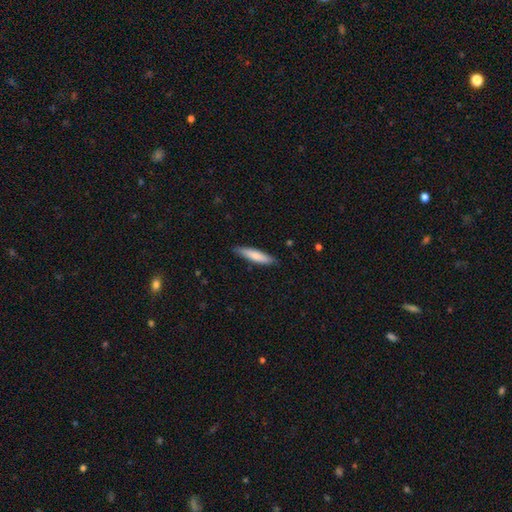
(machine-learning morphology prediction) Smooth or featured? smooth (78%)
How rounded? cigar-shaped (81%)
Merging? none (86%)